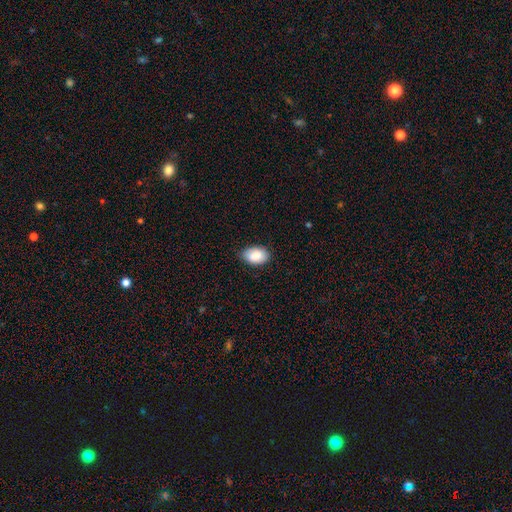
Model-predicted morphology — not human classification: smooth 88%, star or artifact 7%, featured or disk 5%. Down the decision tree: how rounded — in between (90%); merging — none (81%).